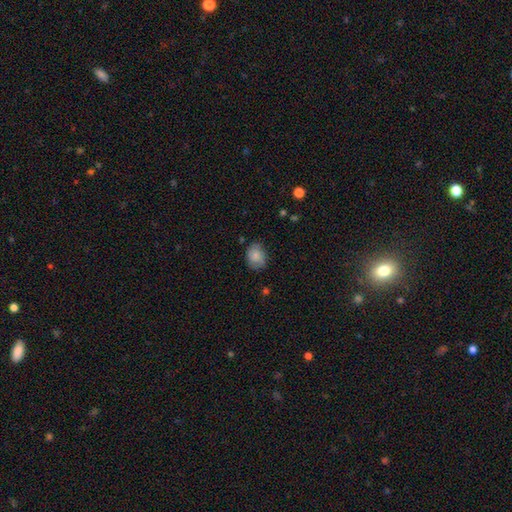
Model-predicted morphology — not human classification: A smooth galaxy with no disk features (81%) that is in between round and cigar-shaped (56%).

Vote fractions:
- Smooth or featured? smooth: 81% / featured or disk: 11% / star or artifact: 8%
- How rounded? in between: 56% / round: 44% / cigar-shaped: 1%
- Merging? none: 71% / minor disturbance: 23% / major disturbance: 5% / merger: 2%